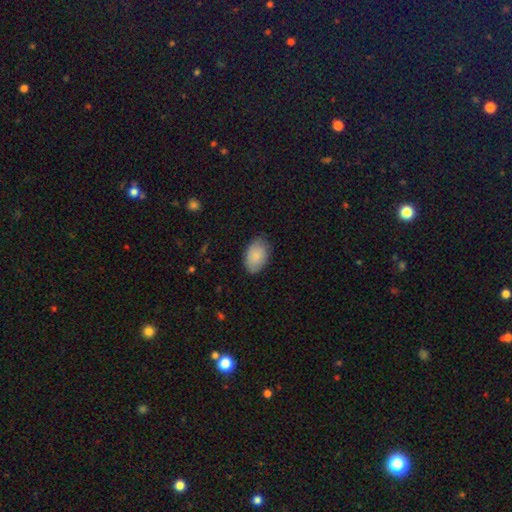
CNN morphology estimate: A smooth galaxy with no disk features (87%) that is in between round and cigar-shaped (90%).

Vote fractions:
- Smooth or featured? smooth: 87% / featured or disk: 7% / star or artifact: 6%
- How rounded? in between: 90% / round: 9% / cigar-shaped: 1%
- Merging? none: 81% / minor disturbance: 16% / major disturbance: 3% / merger: 1%